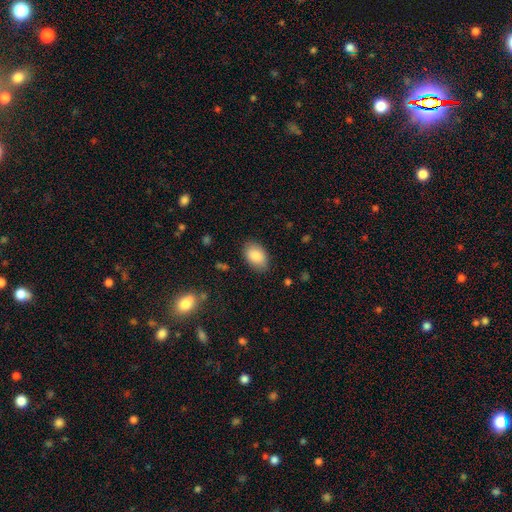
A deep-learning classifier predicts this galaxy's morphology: Smooth or featured: smooth — 87% (star or artifact — 7%)
How rounded: in between — 89% (round — 10%)
Merging: none — 83% (minor disturbance — 12%)